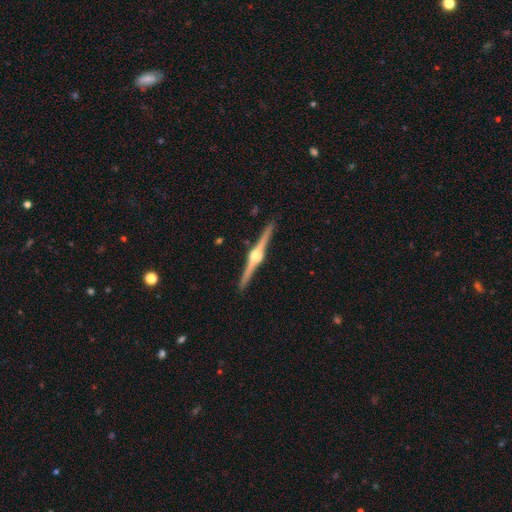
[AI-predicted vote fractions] featured or disk 89%, smooth 7%, star or artifact 5%. Down the decision tree: edge-on disk — yes (99%); edge-on bulge — rounded (95%); merging — none (92%).